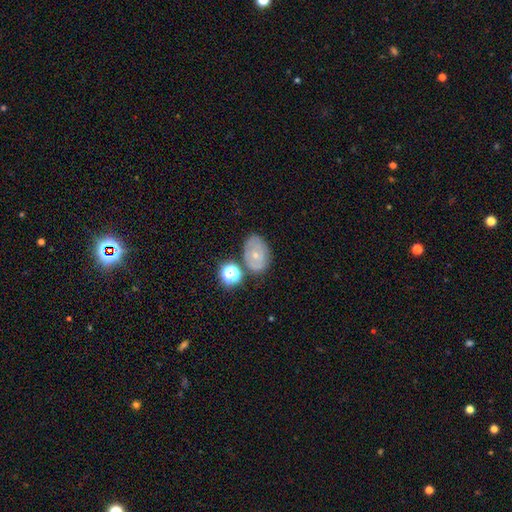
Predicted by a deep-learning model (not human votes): Smooth or featured? featured or disk (46%)
Merging? none (70%)